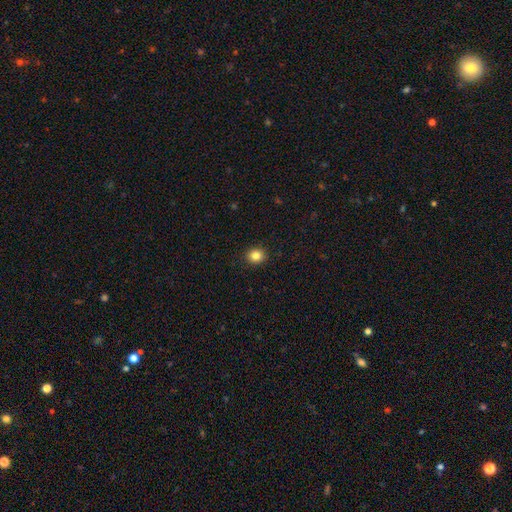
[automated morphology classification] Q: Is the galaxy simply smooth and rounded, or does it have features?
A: smooth — 84%.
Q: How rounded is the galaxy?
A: round — 76%.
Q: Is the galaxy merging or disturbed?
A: none — 92%.